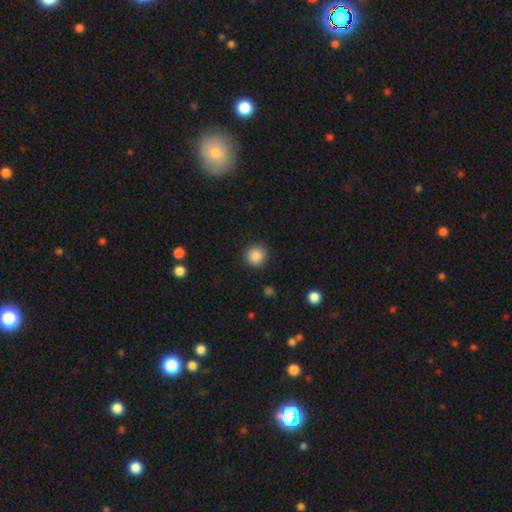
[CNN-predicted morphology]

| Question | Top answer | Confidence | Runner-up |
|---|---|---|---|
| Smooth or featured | smooth | 87% | star or artifact (9%) |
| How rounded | round | 94% | in between (5%) |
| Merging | none | 91% | minor disturbance (6%) |